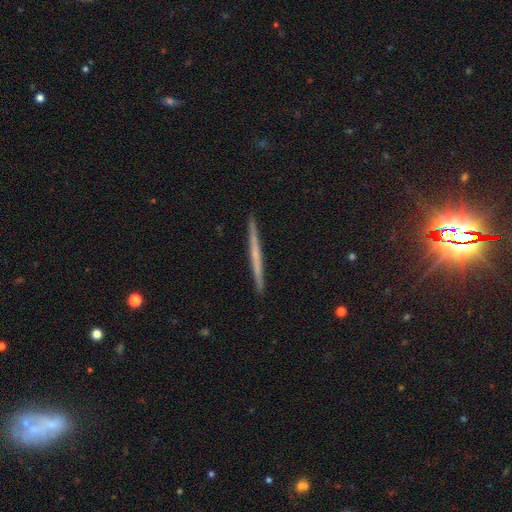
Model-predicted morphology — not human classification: smooth-or-featured: featured or disk: 55% | smooth: 38% | star or artifact: 7%
  disk-edge-on: yes: 98% | no: 2%
    edge-on-bulge: none: 83% | rounded: 13% | boxy: 4%
  merging: none: 93% | minor disturbance: 5% | major disturbance: 1% | merger: 1%